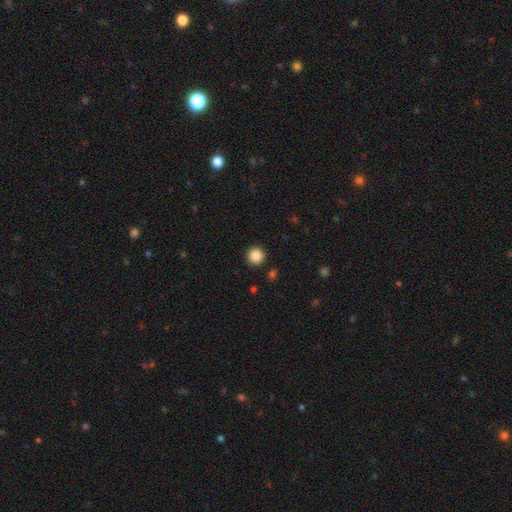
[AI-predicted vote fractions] A smooth galaxy with no disk features (86%) that is round (96%).

Vote fractions:
- Smooth or featured? smooth: 86% / star or artifact: 10% / featured or disk: 4%
- How rounded? round: 96% / in between: 3% / cigar-shaped: 1%
- Merging? none: 93% / minor disturbance: 4% / major disturbance: 2% / merger: 1%